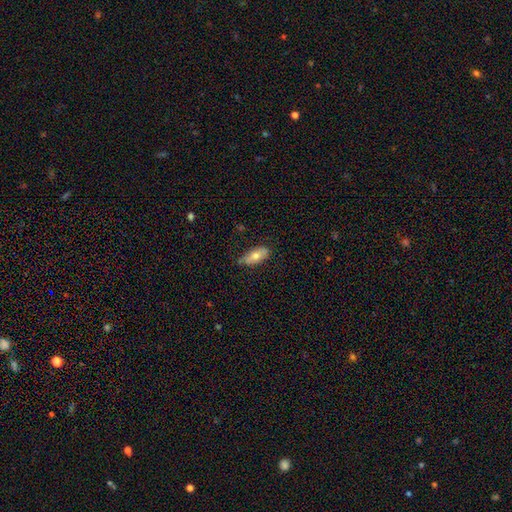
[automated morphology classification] A smooth galaxy with no disk features (67%) that is in between round and cigar-shaped (79%). Merging: none (69%).